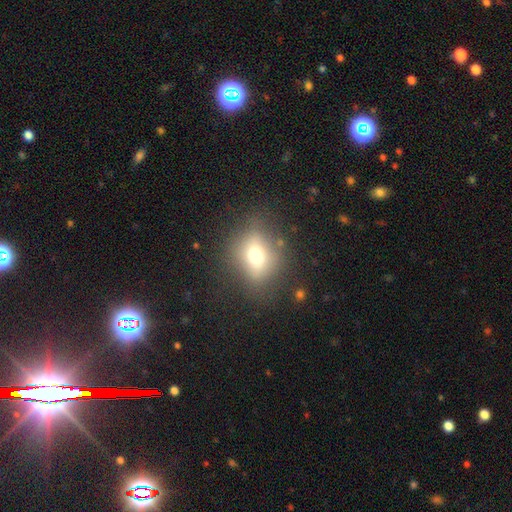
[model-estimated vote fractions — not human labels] A smooth galaxy with no disk features (61%) that is round (52%). Merging: none (72%).